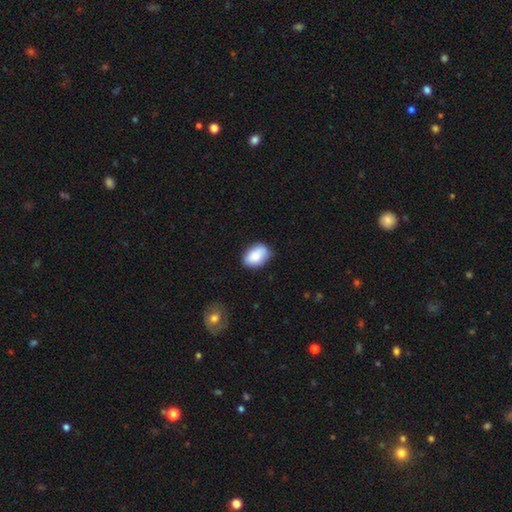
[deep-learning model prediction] A smooth galaxy with no disk features (82%) that is in between round and cigar-shaped (84%).

Vote fractions:
- Smooth or featured? smooth: 82% / featured or disk: 11% / star or artifact: 7%
- How rounded? in between: 84% / round: 15% / cigar-shaped: 1%
- Merging? none: 79% / minor disturbance: 17% / major disturbance: 3% / merger: 1%